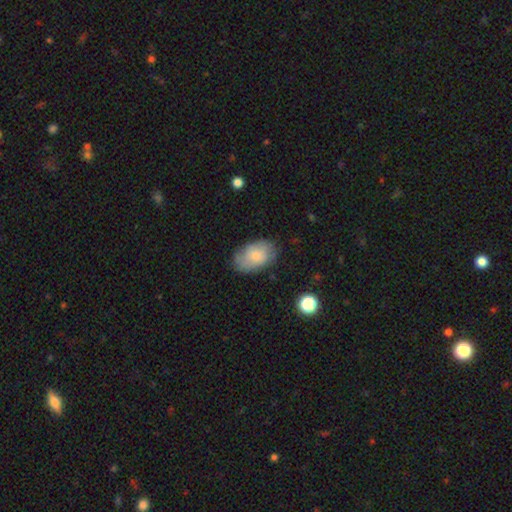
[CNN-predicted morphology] type=smooth (65%); roundness=in between (89%); merging=none (71%).